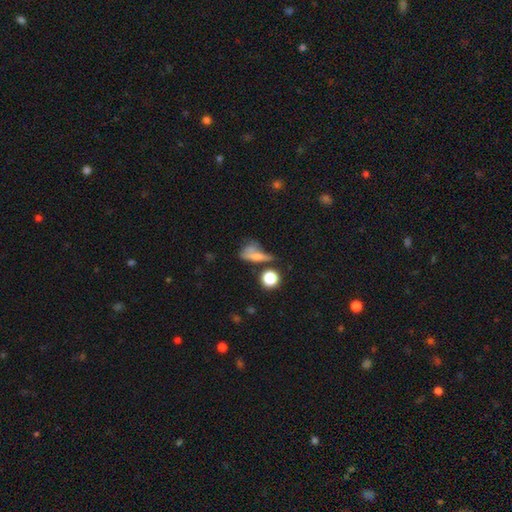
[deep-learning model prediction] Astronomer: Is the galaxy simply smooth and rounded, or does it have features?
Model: smooth — 59%.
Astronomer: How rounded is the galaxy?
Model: in between — 49% (runner-up: round, 29%).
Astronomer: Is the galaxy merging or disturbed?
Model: none — 34% (runner-up: merger, 24%).